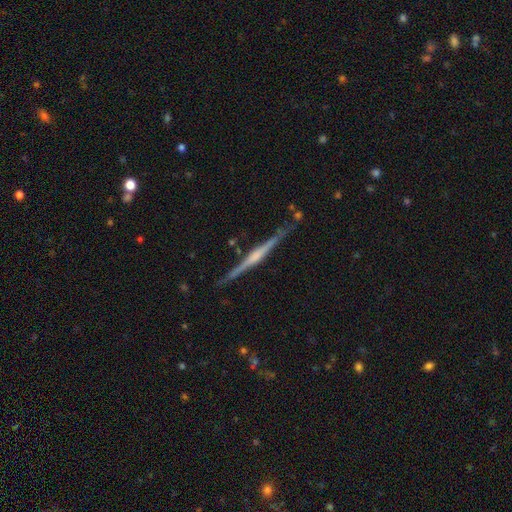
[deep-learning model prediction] Smooth or featured?
  - featured or disk: 82% *
  - smooth: 12%
  - star or artifact: 5%
Edge-on disk?
  - yes: 98% *
  - no: 2%
Edge-on bulge?
  - rounded: 58% *
  - boxy: 24%
  - none: 18%
Merging?
  - none: 86% *
  - minor disturbance: 10%
  - major disturbance: 2%
  - merger: 2%